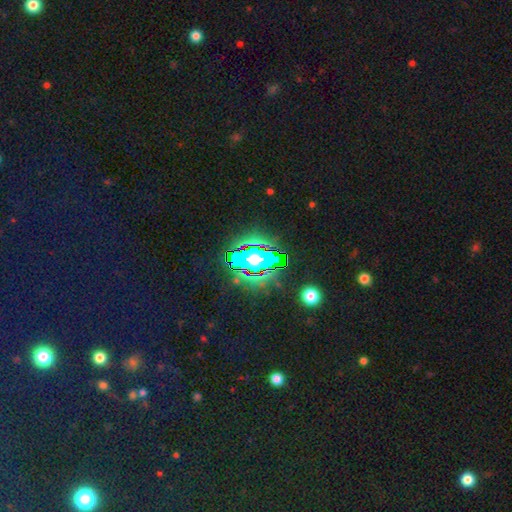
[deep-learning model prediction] smooth_or_featured: star or artifact (p=0.62) [alt: smooth p=0.21]